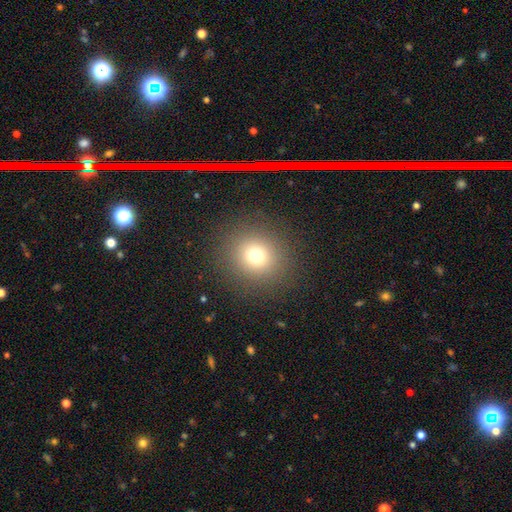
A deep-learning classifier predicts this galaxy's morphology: smooth 72%, star or artifact 18%, featured or disk 9%. Down the decision tree: how rounded — round (90%); merging — none (89%).